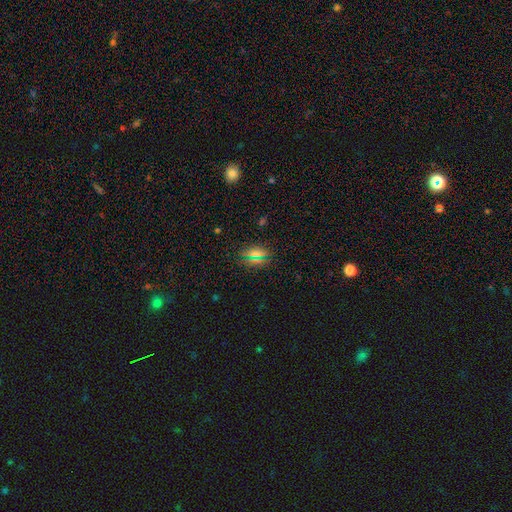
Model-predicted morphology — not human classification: This is likely a smooth galaxy (67%). How rounded: likely in between (69%). Merging: clearly none (84%).